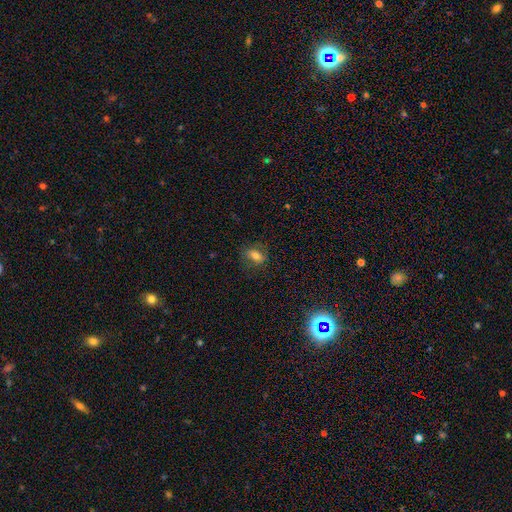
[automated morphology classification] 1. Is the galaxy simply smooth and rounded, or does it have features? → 69% smooth, 19% featured or disk, 11% star or artifact.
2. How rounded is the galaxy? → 77% in between, 17% round, 6% cigar-shaped.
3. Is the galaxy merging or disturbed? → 77% none, 16% minor disturbance, 6% major disturbance, 1% merger.